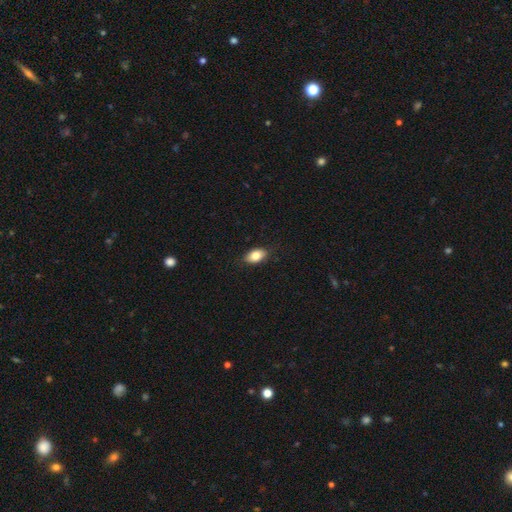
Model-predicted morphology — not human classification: type=smooth (83%); roundness=in between (90%); merging=none (85%).